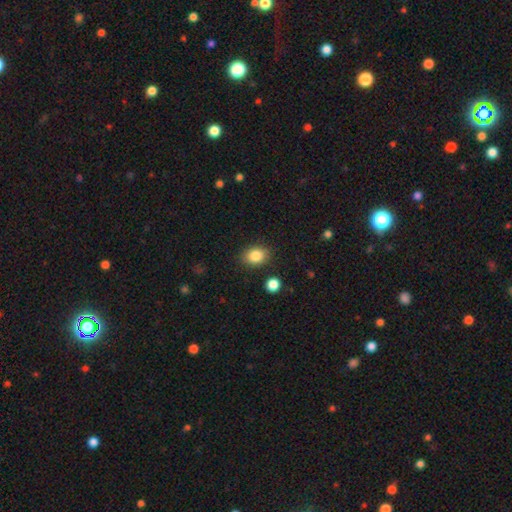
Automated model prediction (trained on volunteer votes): Morphology: type=smooth (85%); roundness=in between (64%); merging=none (86%).